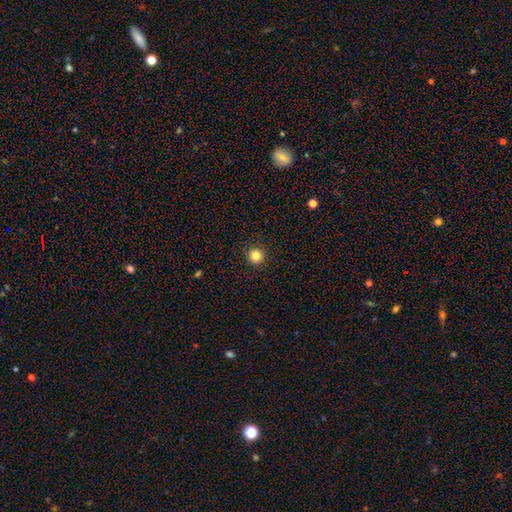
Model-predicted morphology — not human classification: Smooth or featured? Predicted: smooth (p=0.83). How rounded? Predicted: round (p=0.96). Merging? Predicted: none (p=0.92).